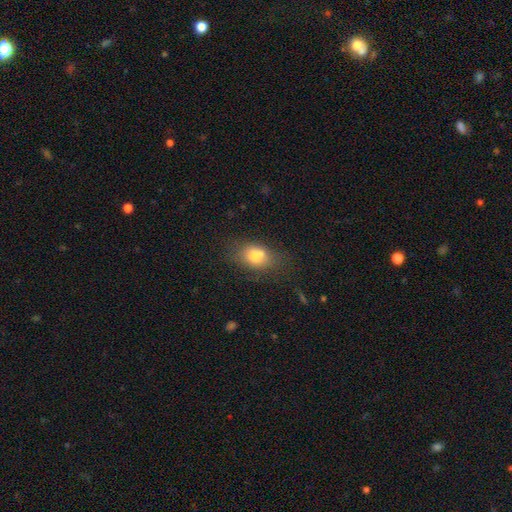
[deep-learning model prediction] The model was most divided on "merging": none: 55%, minor disturbance: 19%, merger: 18%, major disturbance: 7%. More confident: smooth or featured — smooth (74%); how rounded — in between (68%).